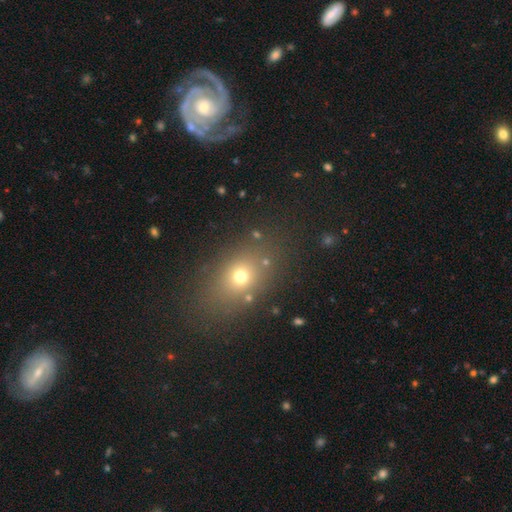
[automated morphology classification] Q: Smooth or featured?
A: featured or disk (43%); runner-up: smooth (38%)
Q: Merging?
A: none (81%); runner-up: minor disturbance (12%)